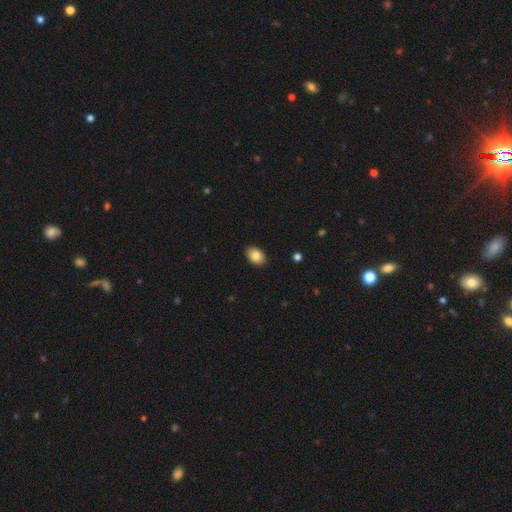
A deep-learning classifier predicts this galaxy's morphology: smooth 85%, star or artifact 8%, featured or disk 8%. Down the decision tree: how rounded — in between (81%); merging — none (90%).